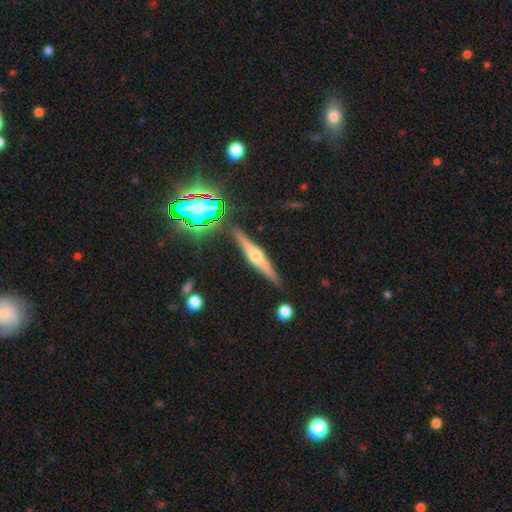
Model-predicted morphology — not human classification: type=featured or disk (73%); edge-on=yes (98%); edge-on bulge=rounded (90%); merging=none (89%).